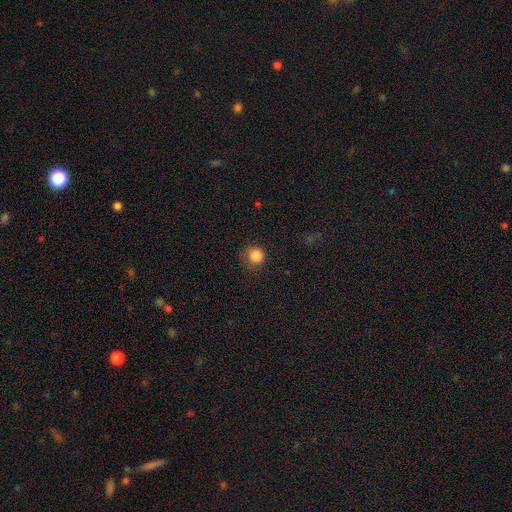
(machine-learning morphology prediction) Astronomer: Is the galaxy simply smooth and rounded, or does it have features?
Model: smooth — 85%.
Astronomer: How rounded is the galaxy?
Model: round — 93%.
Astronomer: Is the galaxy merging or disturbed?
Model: none — 77%.